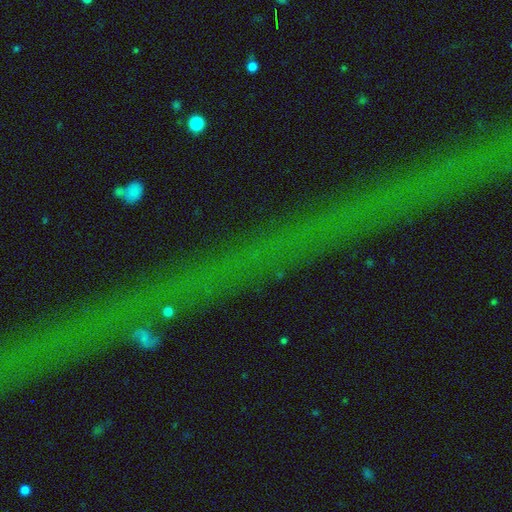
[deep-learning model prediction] Smooth or featured? Predicted: star or artifact (p=0.64).